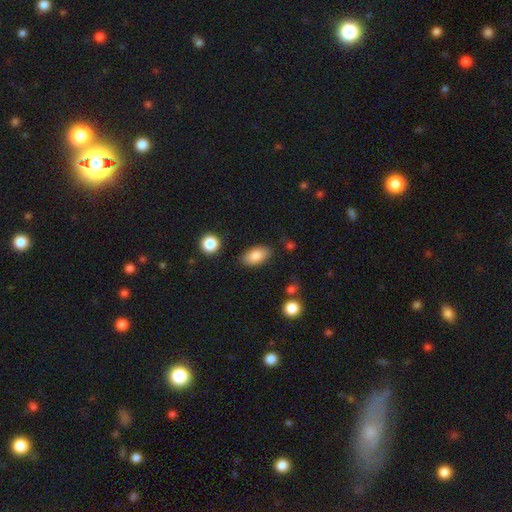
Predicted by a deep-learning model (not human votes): Q: Smooth or featured?
A: smooth (84%); runner-up: featured or disk (9%)
Q: How rounded?
A: in between (92%); runner-up: round (5%)
Q: Merging?
A: none (82%); runner-up: minor disturbance (12%)